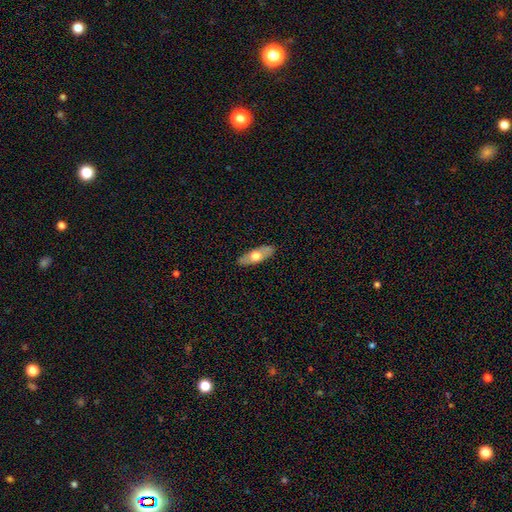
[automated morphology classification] Smooth or featured? smooth (56%)
How rounded? in between (67%)
Merging? none (87%)